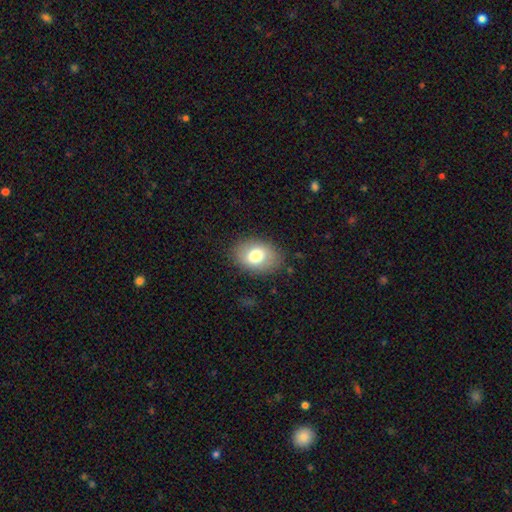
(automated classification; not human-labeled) smooth 76%, featured or disk 16%, star or artifact 8%. Down the decision tree: how rounded — in between (74%); merging — none (83%).